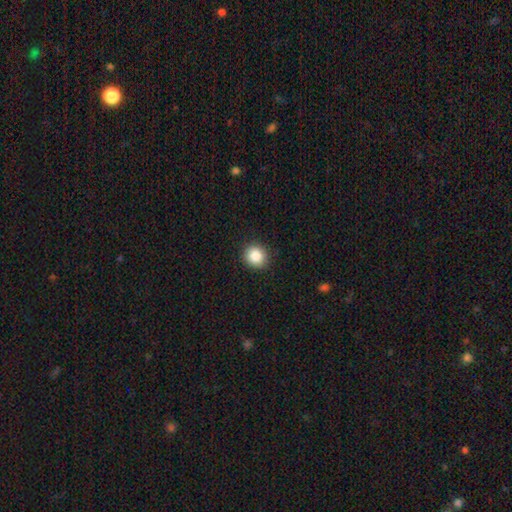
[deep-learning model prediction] smooth 85%, star or artifact 10%, featured or disk 6%. Down the decision tree: how rounded — round (84%); merging — none (90%).